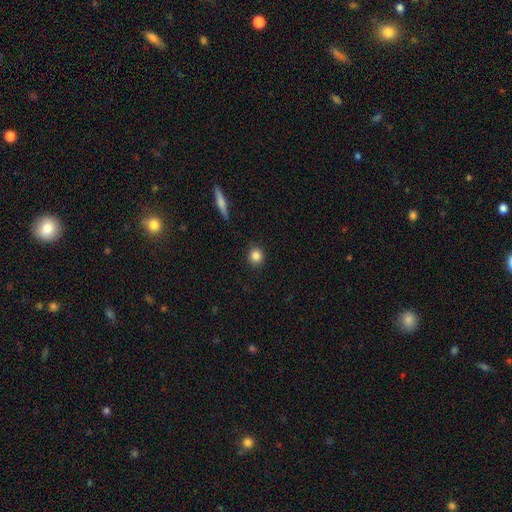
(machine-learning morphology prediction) Q: Smooth or featured?
A: smooth (84%); runner-up: star or artifact (10%)
Q: How rounded?
A: round (85%); runner-up: in between (13%)
Q: Merging?
A: none (89%); runner-up: minor disturbance (8%)